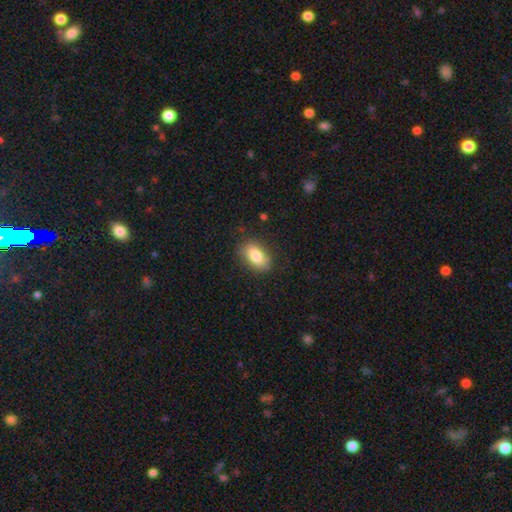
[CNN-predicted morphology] A smooth galaxy with no disk features (83%) that is in between round and cigar-shaped (89%).

Vote fractions:
- Smooth or featured? smooth: 83% / featured or disk: 10% / star or artifact: 7%
- How rounded? in between: 89% / round: 8% / cigar-shaped: 3%
- Merging? none: 82% / minor disturbance: 13% / major disturbance: 3% / merger: 1%